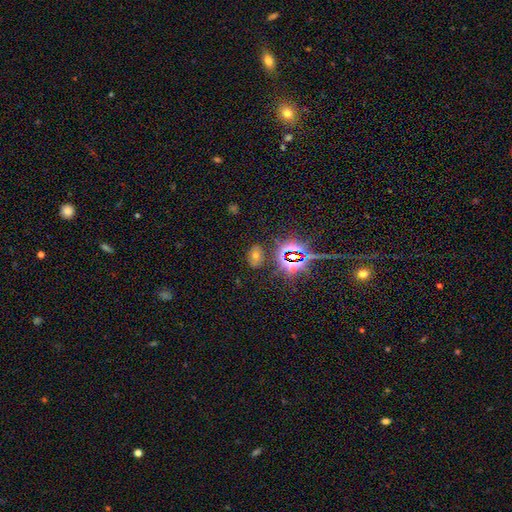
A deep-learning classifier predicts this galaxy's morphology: Smooth or featured? Predicted: star or artifact (p=0.45).